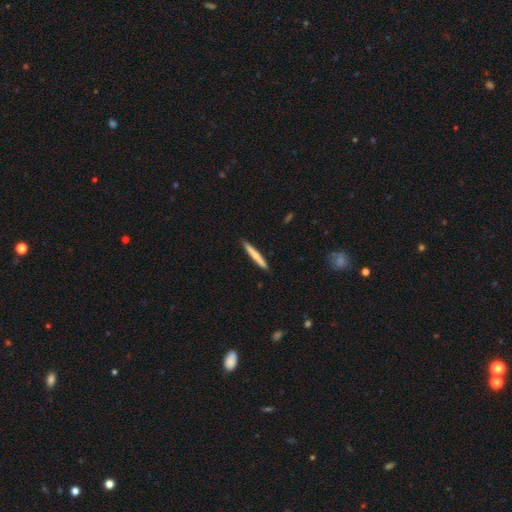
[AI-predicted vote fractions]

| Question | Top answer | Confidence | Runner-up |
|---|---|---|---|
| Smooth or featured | smooth | 59% | featured or disk (35%) |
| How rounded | cigar-shaped | 96% | in between (3%) |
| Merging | none | 91% | minor disturbance (7%) |